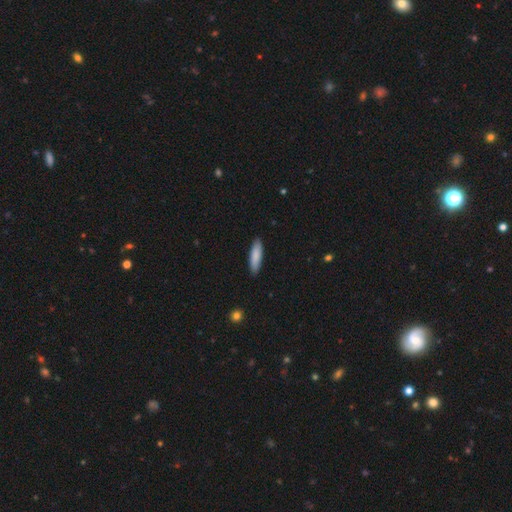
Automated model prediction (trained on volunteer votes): Smooth or featured: smooth — 86% (featured or disk — 9%)
How rounded: cigar-shaped — 63% (in between — 35%)
Merging: none — 89% (minor disturbance — 9%)